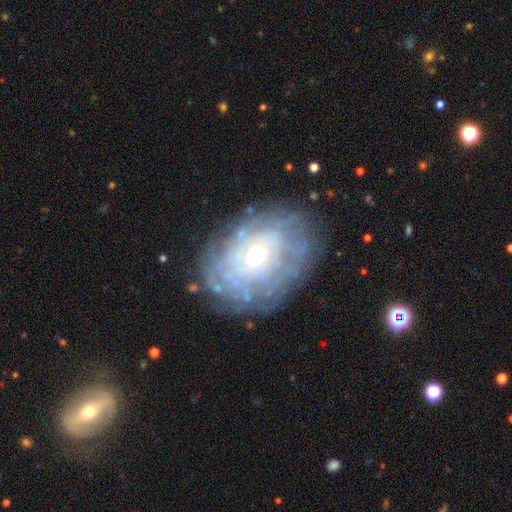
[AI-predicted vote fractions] Smooth or featured?
  - featured or disk: 71% *
  - smooth: 20%
  - star or artifact: 9%
Edge-on disk?
  - no: 95% *
  - yes: 5%
Bar?
  - no: 77% *
  - weak: 19%
  - strong: 5%
Spiral arms?
  - yes: 64% *
  - no: 36%
Bulge size?
  - moderate: 52% *
  - small: 41%
  - large: 5%
  - none: 1%
  - dominant: 1%
Merging?
  - none: 75% *
  - minor disturbance: 16%
  - major disturbance: 7%
  - merger: 2%